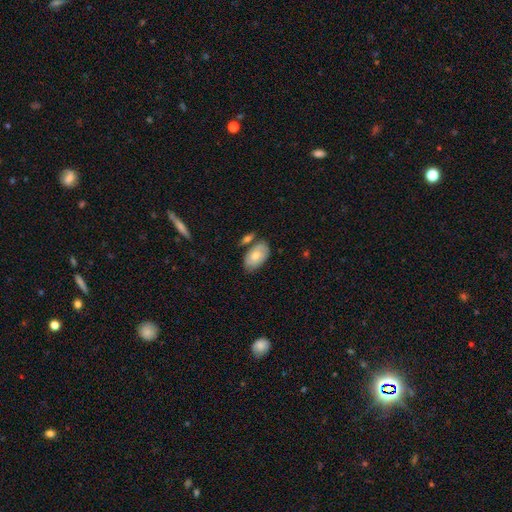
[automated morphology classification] Overall: smooth (69%). How rounded: in between (93%). Merging: none (62%).